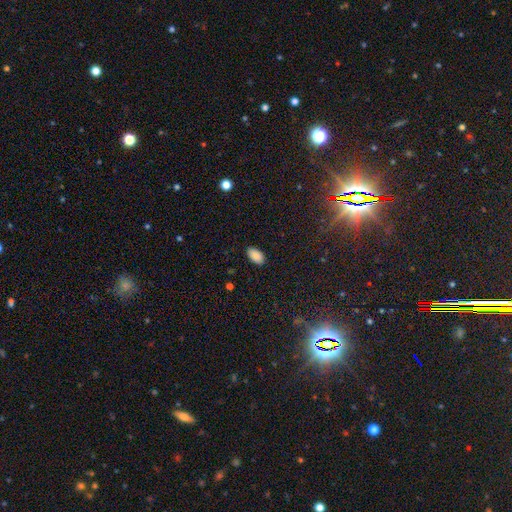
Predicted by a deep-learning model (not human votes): Smooth or featured: smooth — 89% (star or artifact — 8%)
How rounded: in between — 94% (round — 4%)
Merging: none — 87% (minor disturbance — 10%)